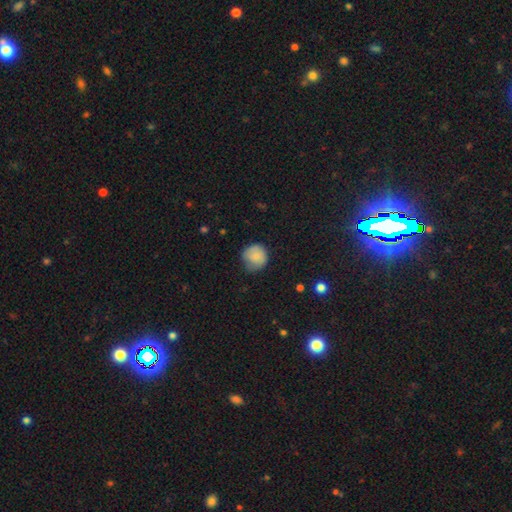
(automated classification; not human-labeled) smooth-or-featured: smooth: 81% | featured or disk: 11% | star or artifact: 8%
  how-rounded: round: 89% | in between: 10% | cigar-shaped: 1%
  merging: none: 64% | minor disturbance: 28% | major disturbance: 6% | merger: 1%